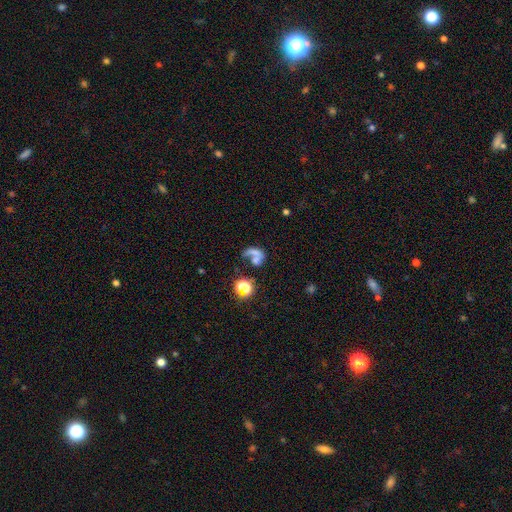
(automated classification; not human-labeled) smooth-or-featured: smooth: 47% | featured or disk: 32% | star or artifact: 21%
  merging: merger: 45% | none: 24% | major disturbance: 22% | minor disturbance: 10%